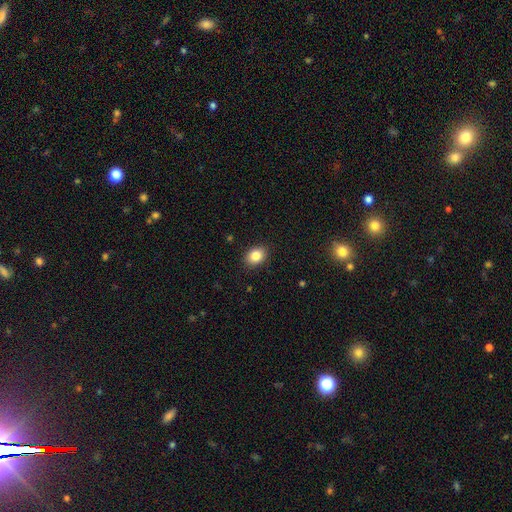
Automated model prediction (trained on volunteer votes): A smooth galaxy with no disk features (85%) that is in between round and cigar-shaped (68%).

Vote fractions:
- Smooth or featured? smooth: 85% / star or artifact: 9% / featured or disk: 6%
- How rounded? in between: 68% / round: 31% / cigar-shaped: 1%
- Merging? none: 89% / minor disturbance: 8% / major disturbance: 2% / merger: 1%